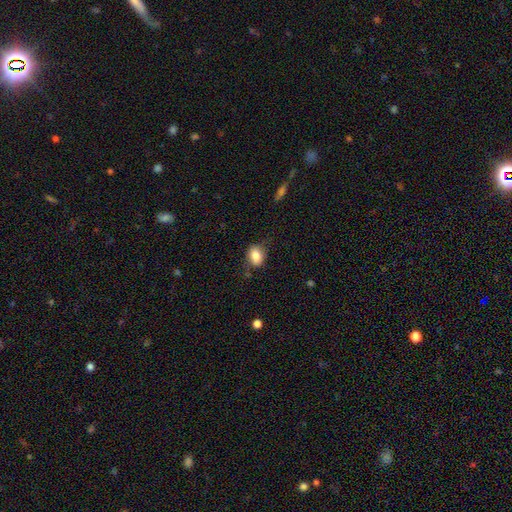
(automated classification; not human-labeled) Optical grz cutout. It shows a smooth galaxy with no disk features (82%) that is in between round and cigar-shaped (67%). Merging: none (67%).